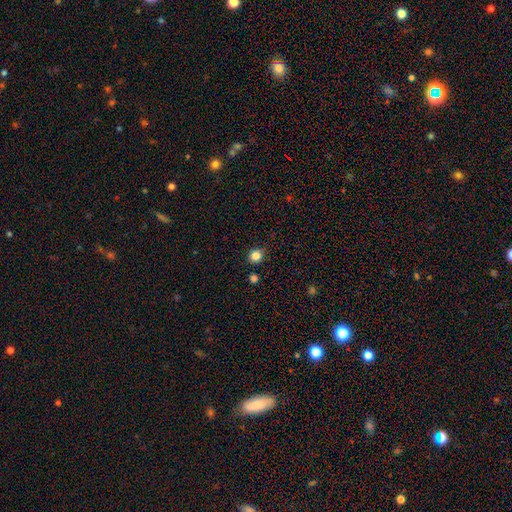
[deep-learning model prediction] Smooth or featured? smooth (83%)
How rounded? round (83%)
Merging? none (85%)